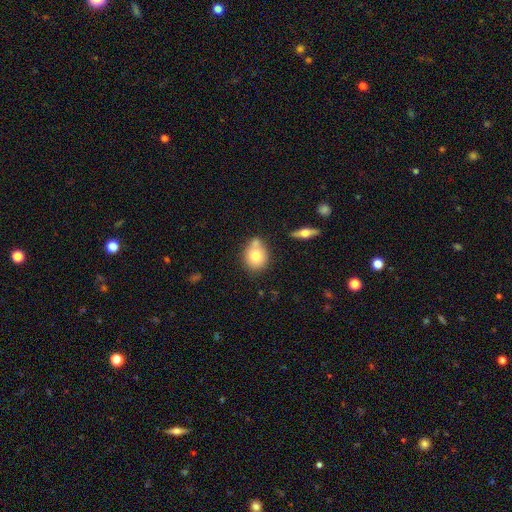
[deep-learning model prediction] smooth_or_featured: smooth (p=0.75) [alt: featured or disk p=0.16]
how_rounded: round (p=0.64) [alt: in between p=0.34]
merging: none (p=0.55) [alt: merger p=0.23]